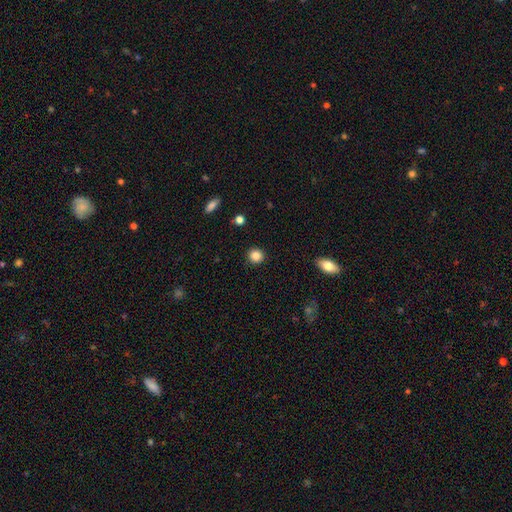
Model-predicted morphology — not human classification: smooth_or_featured: smooth (p=0.85) [alt: star or artifact p=0.10]
how_rounded: round (p=0.92) [alt: in between p=0.07]
merging: none (p=0.92) [alt: minor disturbance p=0.05]